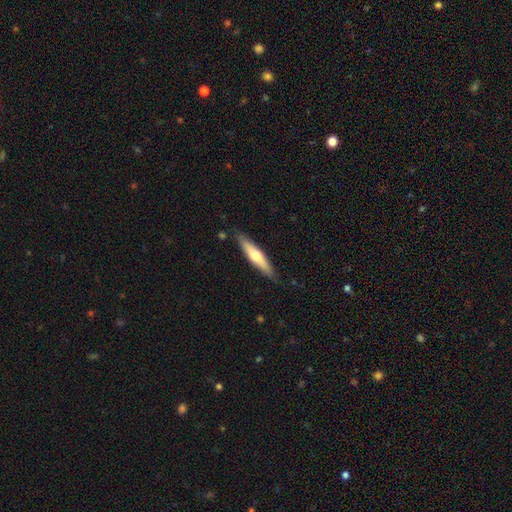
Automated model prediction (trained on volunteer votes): smooth 51%, featured or disk 44%, star or artifact 5%. Down the decision tree: how rounded — cigar-shaped (83%); merging — none (84%).